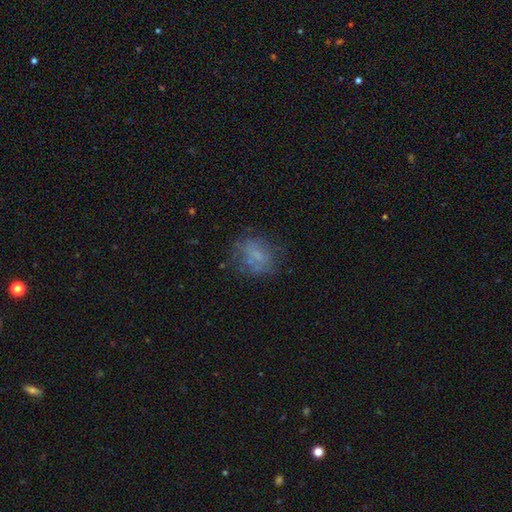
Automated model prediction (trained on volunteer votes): The model was most divided on "how rounded": round: 53%, in between: 45%, cigar-shaped: 2%. More confident: merging — none (63%); smooth or featured — smooth (53%).